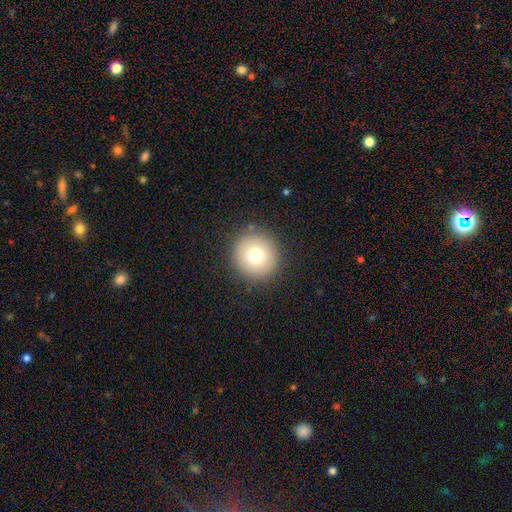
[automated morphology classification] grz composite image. It shows a smooth galaxy with no disk features (74%) that is round (95%). Merging: none (89%).